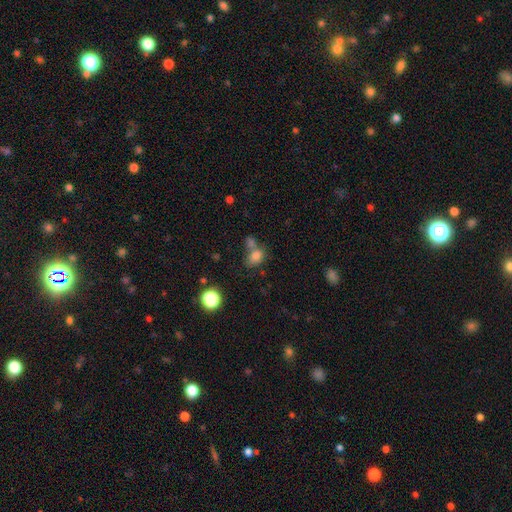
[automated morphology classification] smooth-or-featured: smooth: 77% | star or artifact: 13% | featured or disk: 9%
  how-rounded: in between: 67% | round: 32% | cigar-shaped: 1%
  merging: none: 41% | merger: 39% | minor disturbance: 13% | major disturbance: 7%